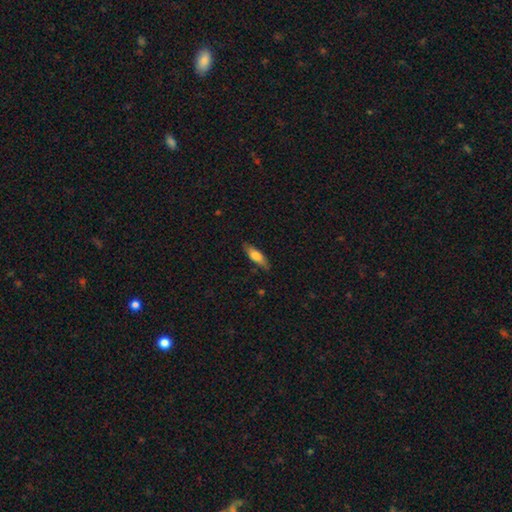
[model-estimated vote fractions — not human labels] smooth 66%, featured or disk 28%, star or artifact 6%. Down the decision tree: how rounded — cigar-shaped (53%); merging — none (83%).